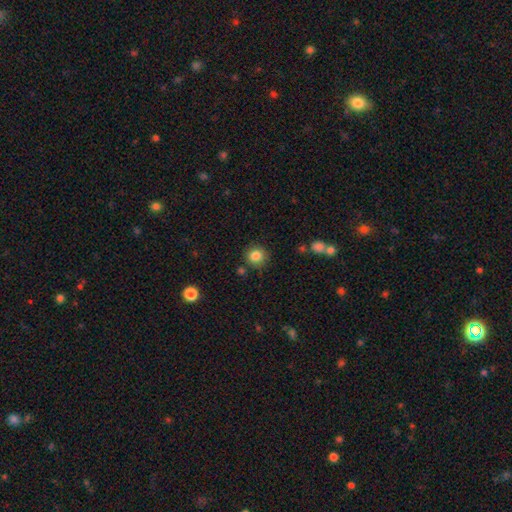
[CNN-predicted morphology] smooth_or_featured: smooth (p=0.83) [alt: star or artifact p=0.11]
how_rounded: round (p=0.88) [alt: in between p=0.11]
merging: none (p=0.82) [alt: minor disturbance p=0.11]